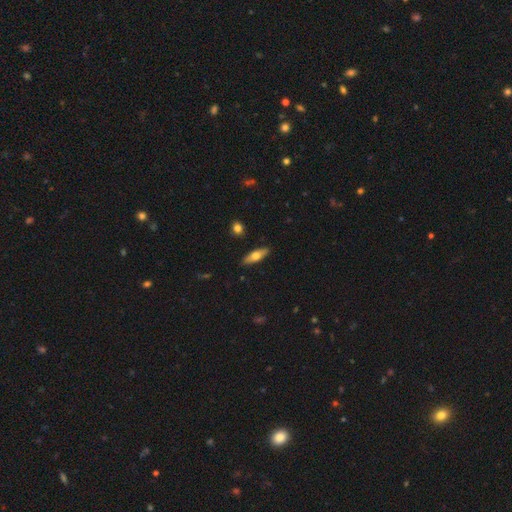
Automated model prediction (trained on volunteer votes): smooth 59%, featured or disk 35%, star or artifact 6%. Down the decision tree: how rounded — cigar-shaped (51%); merging — none (88%).